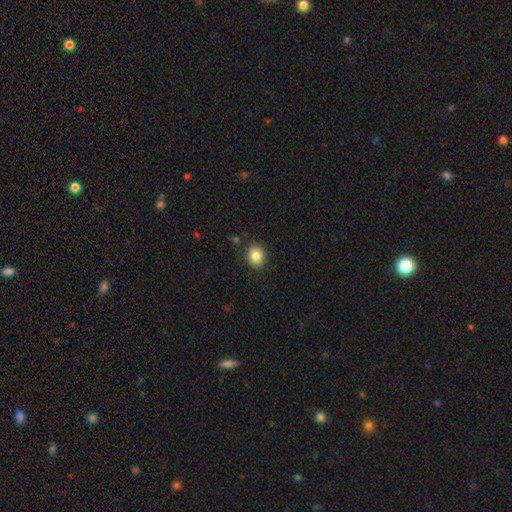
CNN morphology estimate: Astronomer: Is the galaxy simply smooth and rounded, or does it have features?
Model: smooth — 86%.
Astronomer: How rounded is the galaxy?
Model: round — 65%.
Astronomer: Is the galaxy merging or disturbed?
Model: none — 87%.